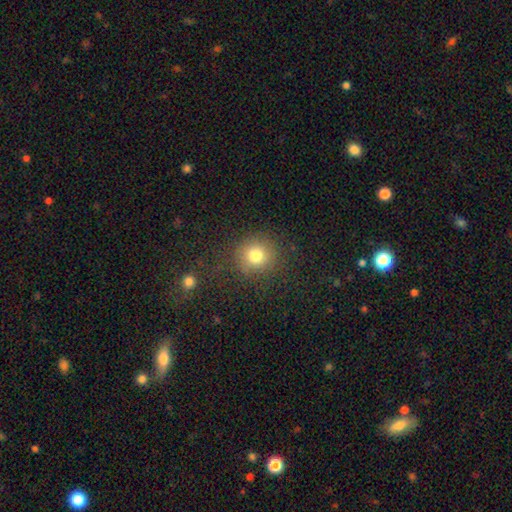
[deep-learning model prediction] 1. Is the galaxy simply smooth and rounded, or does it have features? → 78% smooth, 14% star or artifact, 8% featured or disk.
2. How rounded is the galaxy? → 91% round, 8% in between, 1% cigar-shaped.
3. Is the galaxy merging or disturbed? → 83% none, 9% minor disturbance, 6% major disturbance, 2% merger.